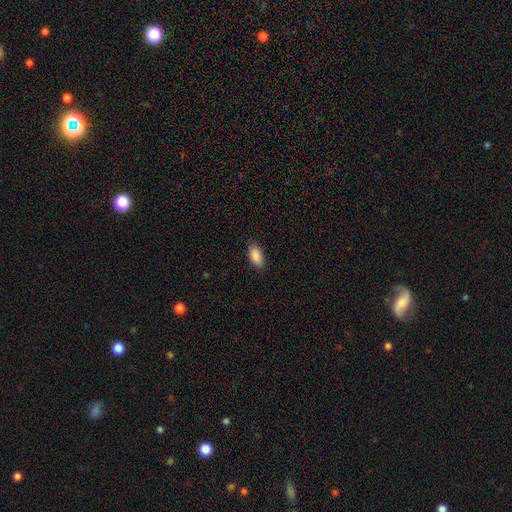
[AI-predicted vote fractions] Morphology: type=smooth (90%); roundness=in between (92%); merging=none (86%).